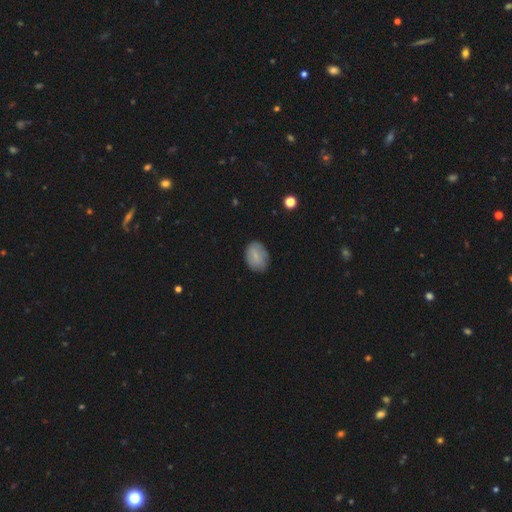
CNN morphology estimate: Smooth or featured: smooth — 75% (featured or disk — 17%)
How rounded: in between — 75% (round — 24%)
Merging: none — 80% (minor disturbance — 16%)